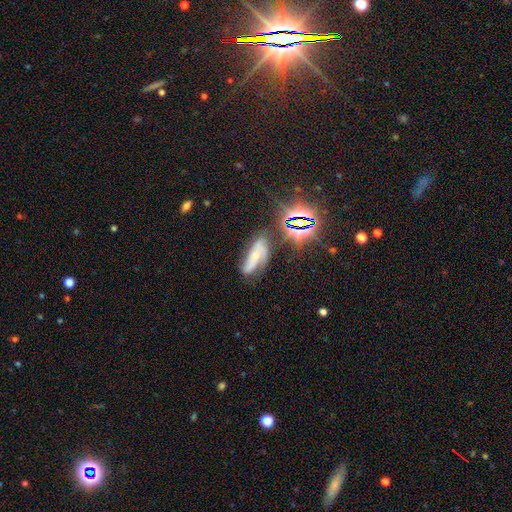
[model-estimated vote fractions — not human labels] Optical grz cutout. It shows a featured or disk galaxy (53%). Merging: none (51%).